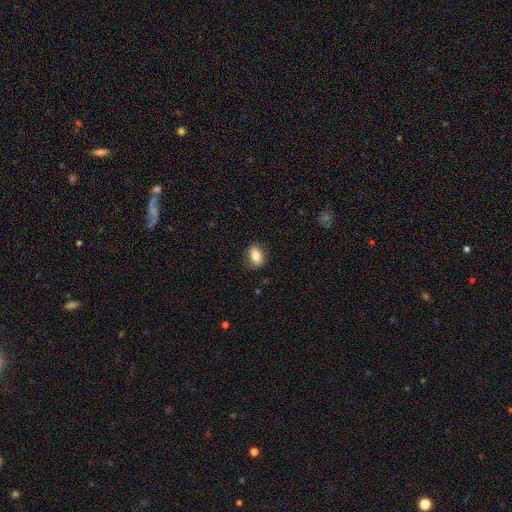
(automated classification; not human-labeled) This appears to be a smooth galaxy with no disk features (82%) that is in between round and cigar-shaped (82%). Merging: none (82%).